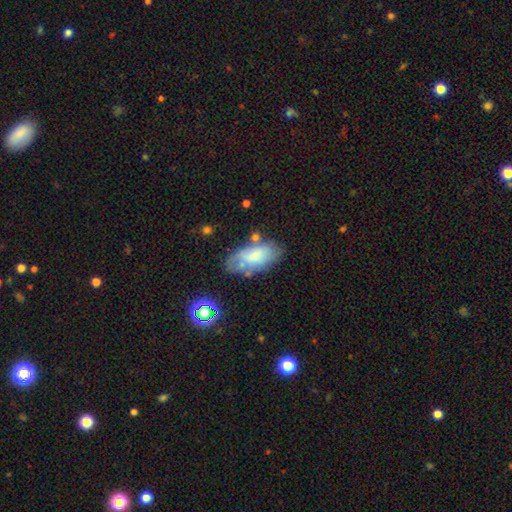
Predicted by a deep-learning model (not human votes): smooth_or_featured: smooth (p=0.67) [alt: featured or disk p=0.25]
how_rounded: in between (p=0.93) [alt: cigar-shaped p=0.05]
merging: none (p=0.57) [alt: minor disturbance p=0.23]